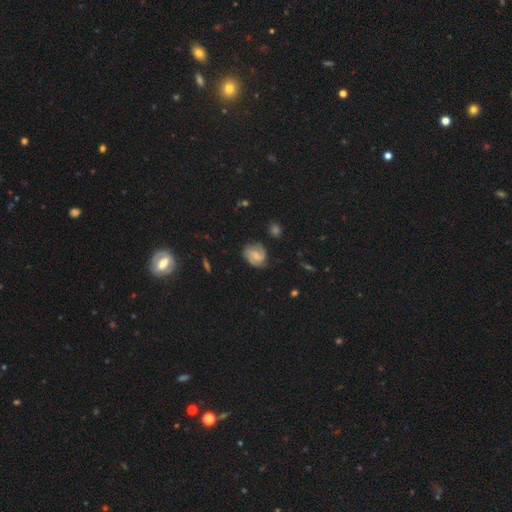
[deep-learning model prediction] Q: Smooth or featured?
A: featured or disk (74%); runner-up: smooth (19%)
Q: Edge-on disk?
A: no (98%); runner-up: yes (2%)
Q: Bar?
A: weak (47%); runner-up: no (42%)
Q: Spiral arms?
A: yes (96%); runner-up: no (4%)
Q: Spiral winding?
A: medium (47%); runner-up: tight (38%)
Q: Spiral arm count?
A: 2 (64%); runner-up: 3 (19%)
Q: Bulge size?
A: small (43%); runner-up: moderate (32%)
Q: Merging?
A: none (74%); runner-up: minor disturbance (18%)